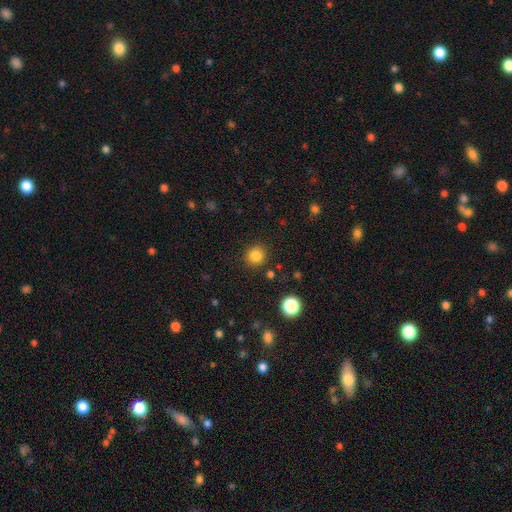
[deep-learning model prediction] A smooth galaxy with no disk features (84%) that is round (92%). Merging: none (89%).